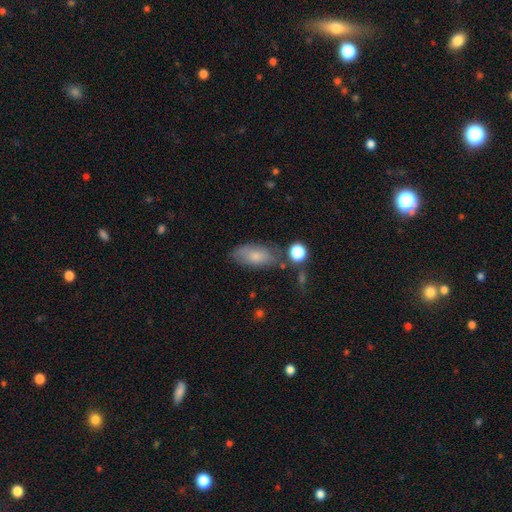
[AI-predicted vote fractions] Overall: smooth (75%). How rounded: in between (89%). Merging: none (64%).